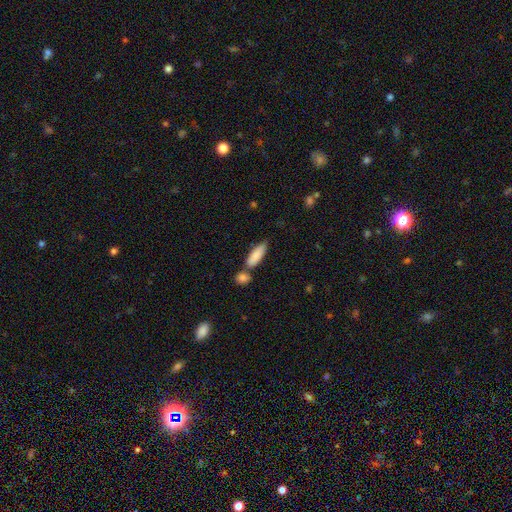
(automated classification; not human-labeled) smooth 85%, featured or disk 9%, star or artifact 6%. Down the decision tree: how rounded — in between (57%); merging — none (60%).